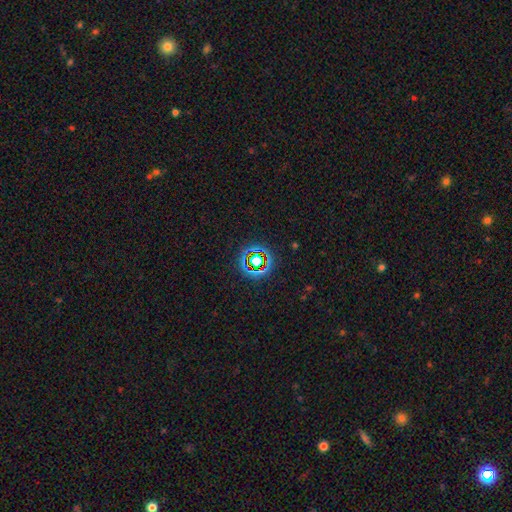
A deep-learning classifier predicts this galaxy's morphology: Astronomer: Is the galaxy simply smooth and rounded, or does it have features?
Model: star or artifact — 73%.